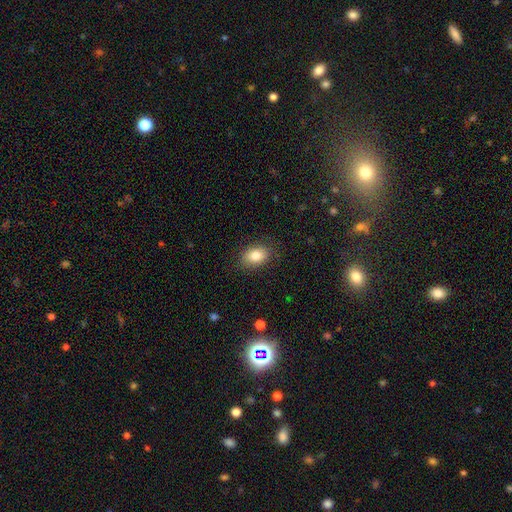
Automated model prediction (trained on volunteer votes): smooth_or_featured: smooth (p=0.84) [alt: star or artifact p=0.08]
how_rounded: in between (p=0.84) [alt: round p=0.14]
merging: none (p=0.86) [alt: minor disturbance p=0.11]